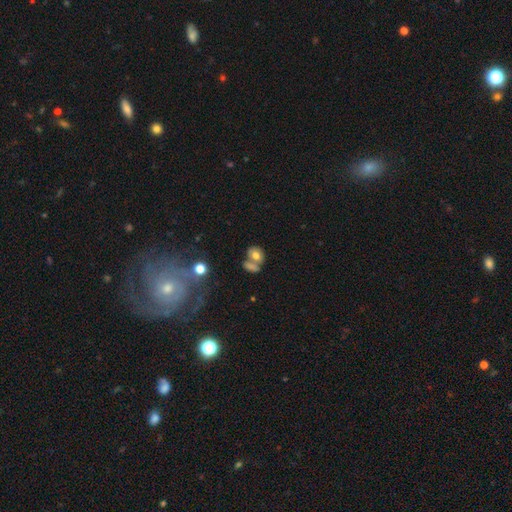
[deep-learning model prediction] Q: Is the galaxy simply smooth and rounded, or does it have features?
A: smooth — 69%.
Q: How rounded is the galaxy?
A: in between — 57%.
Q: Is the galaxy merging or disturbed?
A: merger — 48%.